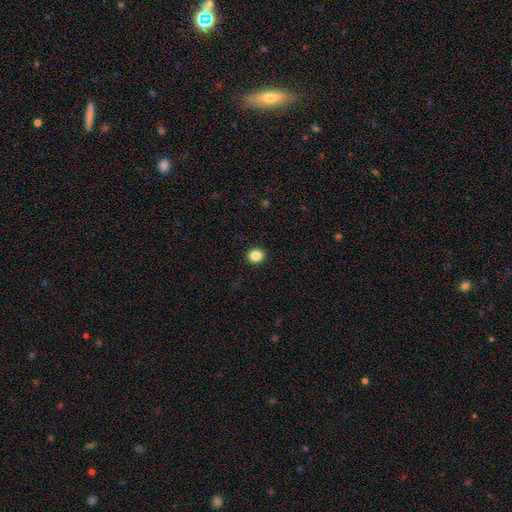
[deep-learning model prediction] Morphology: type=smooth (86%); roundness=round (79%); merging=none (92%).